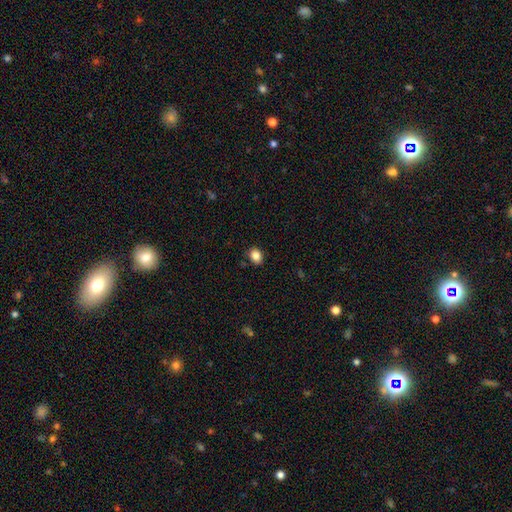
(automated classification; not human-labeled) smooth-or-featured: smooth: 85% | star or artifact: 10% | featured or disk: 5%
  how-rounded: in between: 57% | round: 42% | cigar-shaped: 1%
  merging: none: 86% | minor disturbance: 10% | major disturbance: 2% | merger: 2%